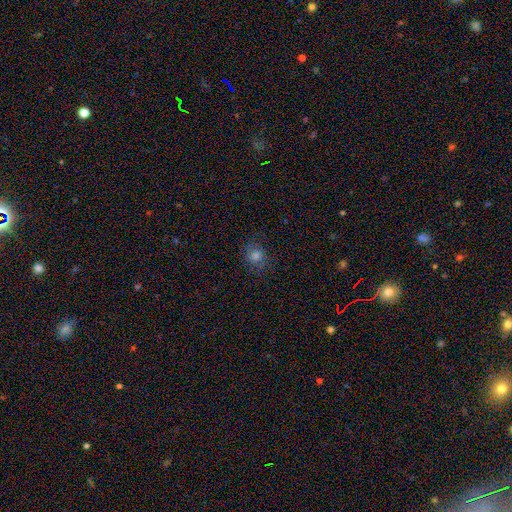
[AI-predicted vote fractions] The model was most divided on "smooth or featured": smooth: 67%, star or artifact: 21%, featured or disk: 12%. More confident: merging — none (79%); how rounded — round (74%).